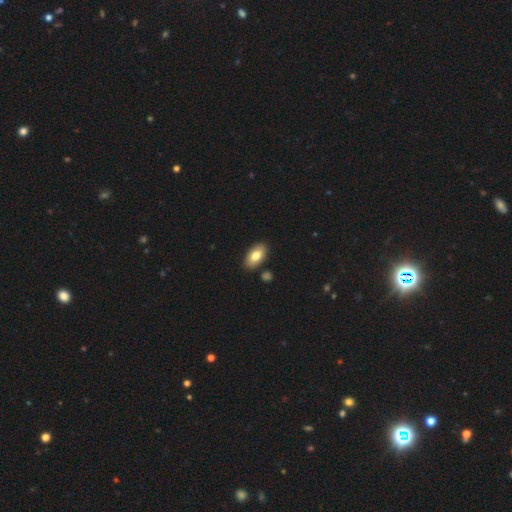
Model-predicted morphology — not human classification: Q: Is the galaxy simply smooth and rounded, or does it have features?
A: smooth — 80%.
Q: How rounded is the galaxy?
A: in between — 94%.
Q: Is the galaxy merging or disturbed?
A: none — 86%.